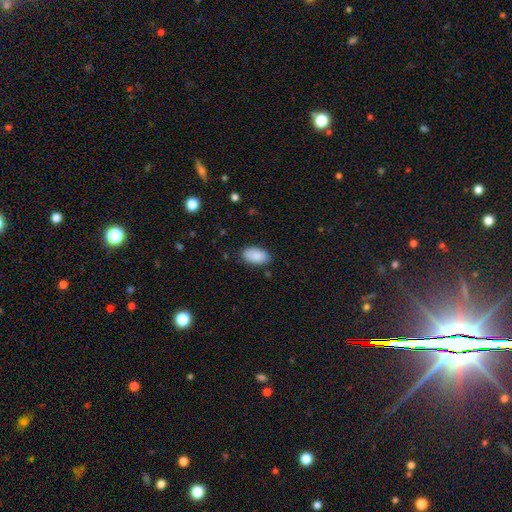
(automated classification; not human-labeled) A smooth galaxy with no disk features (89%) that is in between round and cigar-shaped (95%). Merging: none (84%).